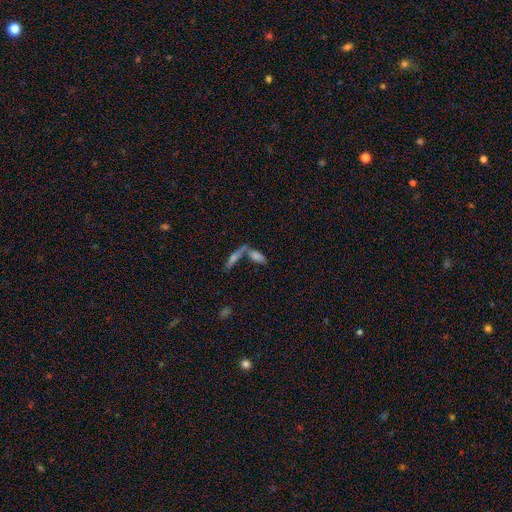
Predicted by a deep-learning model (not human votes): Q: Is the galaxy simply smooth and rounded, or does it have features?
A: smooth — 64%.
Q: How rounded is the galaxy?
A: in between — 54%.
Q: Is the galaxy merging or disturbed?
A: merger — 48%.